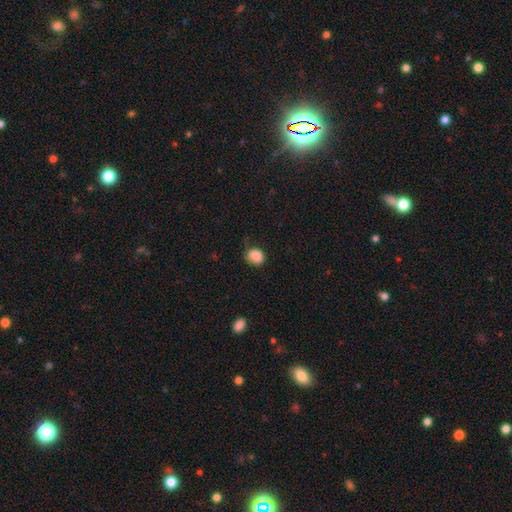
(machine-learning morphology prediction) smooth_or_featured: smooth (p=0.87) [alt: star or artifact p=0.09]
how_rounded: round (p=0.52) [alt: in between p=0.47]
merging: none (p=0.59) [alt: minor disturbance p=0.31]